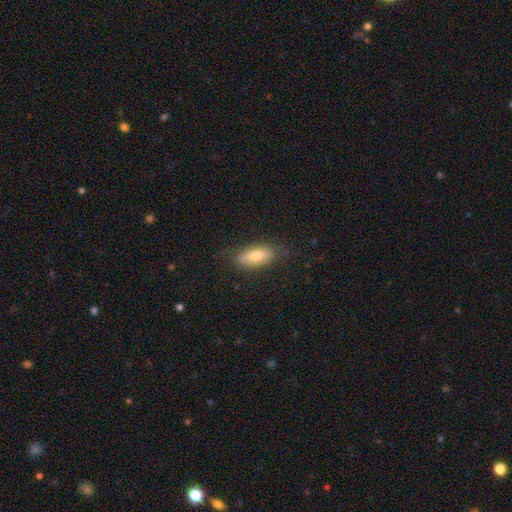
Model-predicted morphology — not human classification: The model was most divided on "smooth or featured": smooth: 61%, featured or disk: 31%, star or artifact: 8%. More confident: merging — none (81%); how rounded — in between (69%).